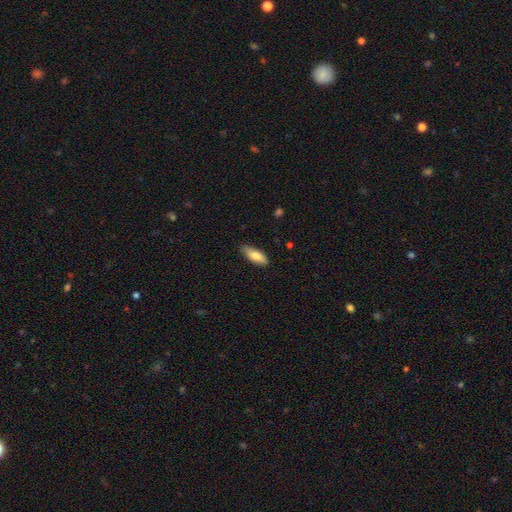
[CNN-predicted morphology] This is likely a smooth galaxy (77%). How rounded: likely in between (68%). Merging: clearly none (83%).